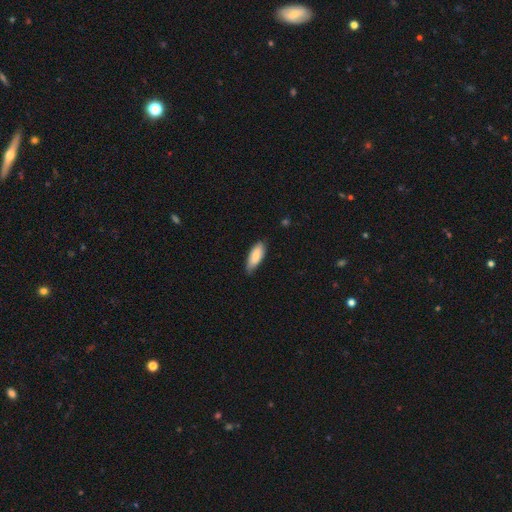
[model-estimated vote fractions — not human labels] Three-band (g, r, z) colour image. It shows a smooth galaxy with no disk features (83%) that is in between round and cigar-shaped (75%). Merging: none (73%).